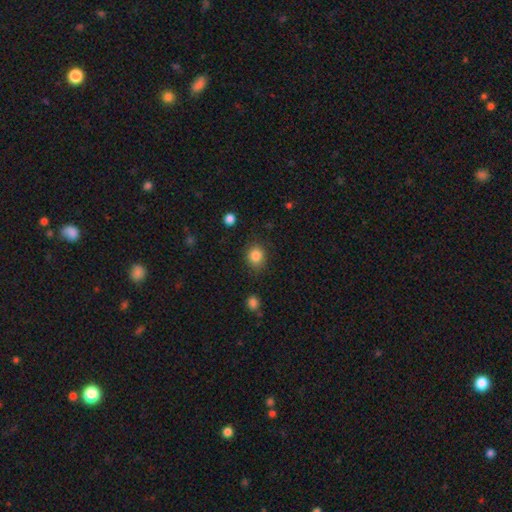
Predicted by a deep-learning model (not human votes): Smooth or featured: smooth — 85% (star or artifact — 10%)
How rounded: round — 71% (in between — 28%)
Merging: none — 81% (minor disturbance — 13%)